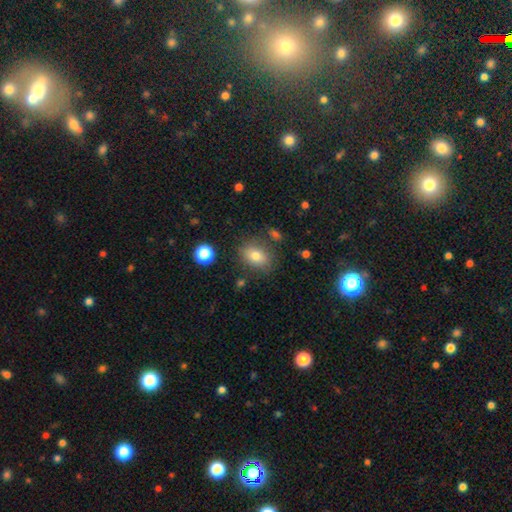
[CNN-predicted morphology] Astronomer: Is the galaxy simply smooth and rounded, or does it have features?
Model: smooth — 78%.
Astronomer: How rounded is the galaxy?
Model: in between — 70%.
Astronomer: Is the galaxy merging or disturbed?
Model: none — 78%.